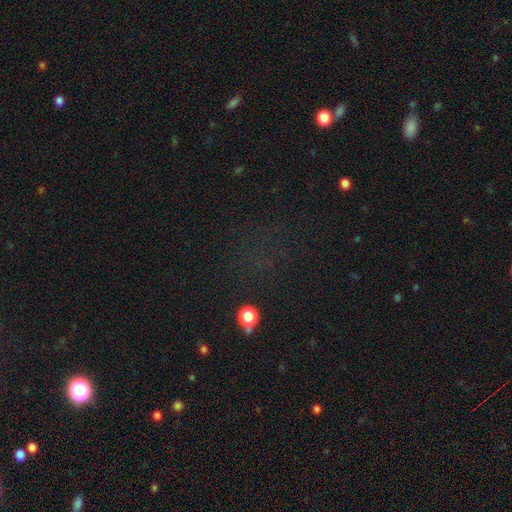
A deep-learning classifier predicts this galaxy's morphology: star or artifact 61%, smooth 28%, featured or disk 10%.